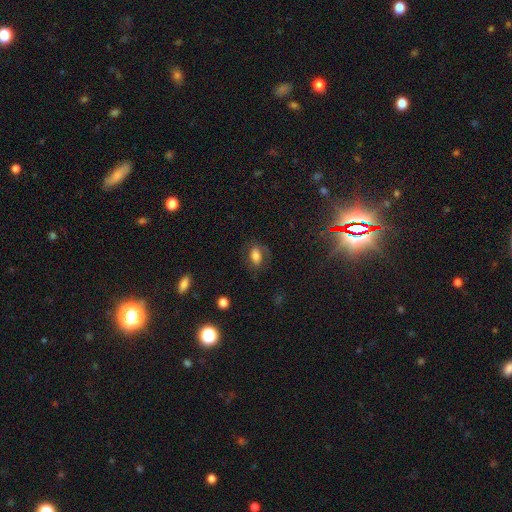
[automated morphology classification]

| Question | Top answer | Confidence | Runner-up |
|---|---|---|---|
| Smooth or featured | smooth | 62% | featured or disk (27%) |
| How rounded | in between | 84% | round (13%) |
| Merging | none | 66% | minor disturbance (18%) |